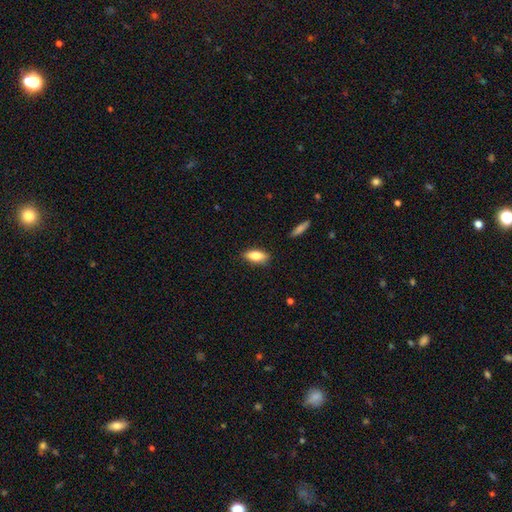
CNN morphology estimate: smooth 78%, featured or disk 15%, star or artifact 7%. Down the decision tree: how rounded — in between (78%); merging — none (84%).